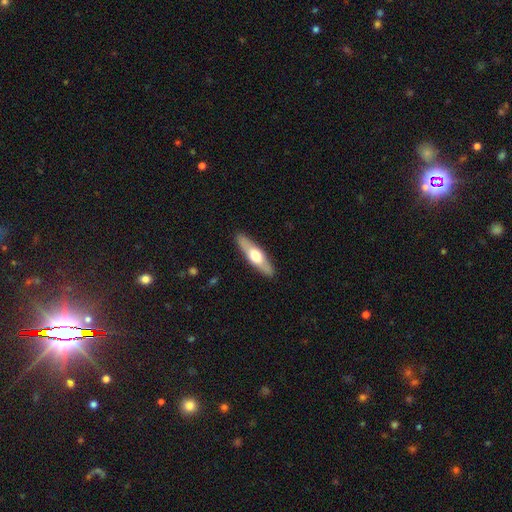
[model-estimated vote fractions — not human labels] The model was most divided on "smooth or featured": featured or disk: 50%, smooth: 45%, star or artifact: 5%. More confident: merging — none (90%).